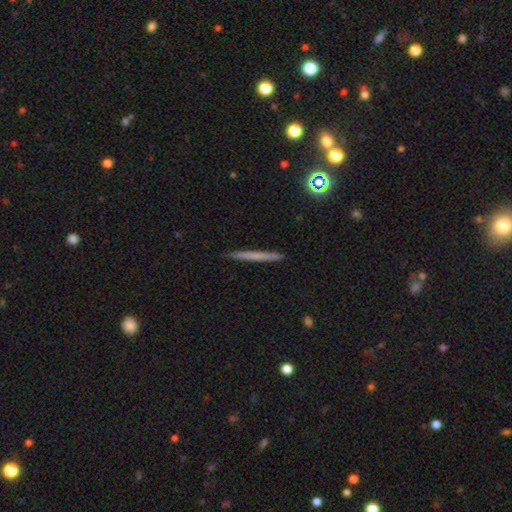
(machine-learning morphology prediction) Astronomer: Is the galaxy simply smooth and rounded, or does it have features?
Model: smooth — 55% (runner-up: featured or disk, 37%).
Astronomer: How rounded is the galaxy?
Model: cigar-shaped — 96%.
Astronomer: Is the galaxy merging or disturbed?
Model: none — 91%.